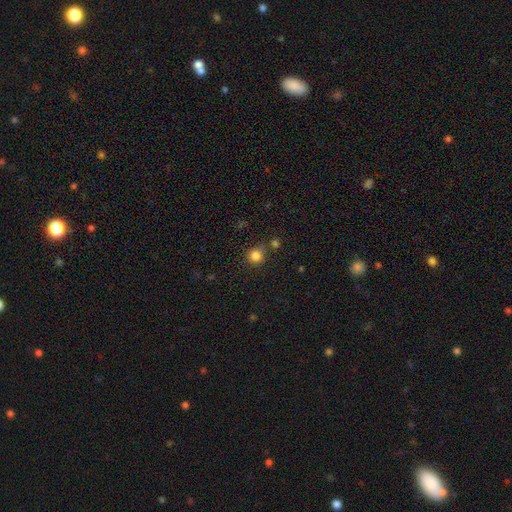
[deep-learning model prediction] This is clearly a smooth galaxy (83%). How rounded: clearly round (92%). Merging: likely none (77%).